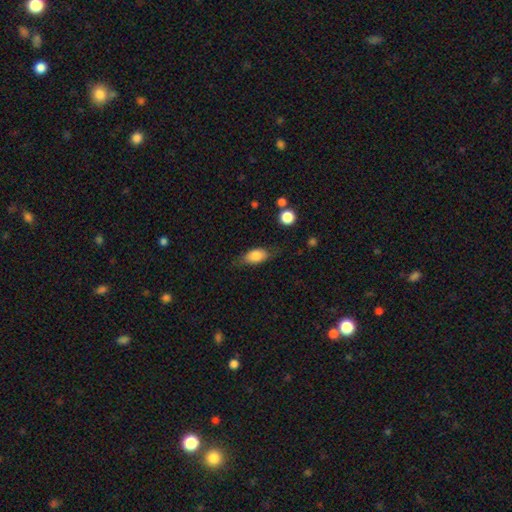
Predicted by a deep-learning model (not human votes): The model was most divided on "merging": none: 66%, minor disturbance: 24%, major disturbance: 8%, merger: 2%. More confident: how rounded — in between (85%); smooth or featured — smooth (79%).